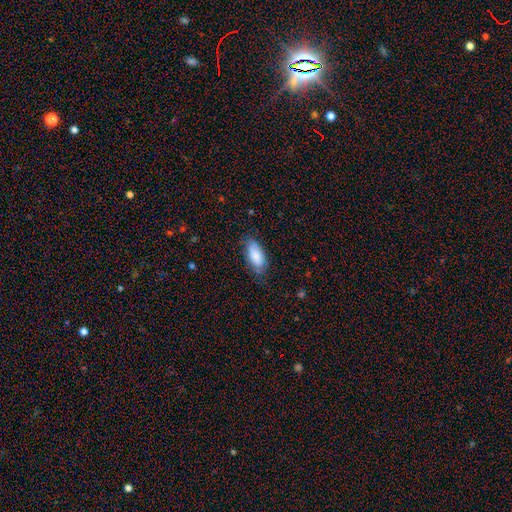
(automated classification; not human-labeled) smooth-or-featured: smooth: 82% | featured or disk: 12% | star or artifact: 6%
  how-rounded: in between: 87% | cigar-shaped: 11% | round: 2%
  merging: none: 70% | minor disturbance: 24% | major disturbance: 6% | merger: 1%